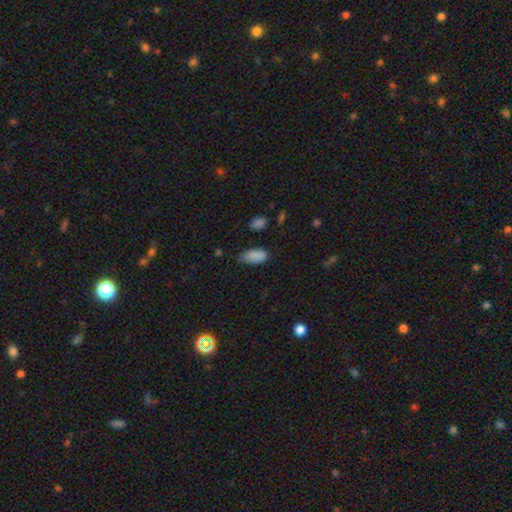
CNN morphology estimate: A smooth galaxy with no disk features (86%) that is in between round and cigar-shaped (92%).

Vote fractions:
- Smooth or featured? smooth: 86% / star or artifact: 9% / featured or disk: 5%
- How rounded? in between: 92% / cigar-shaped: 5% / round: 3%
- Merging? none: 54% / minor disturbance: 37% / major disturbance: 7% / merger: 2%